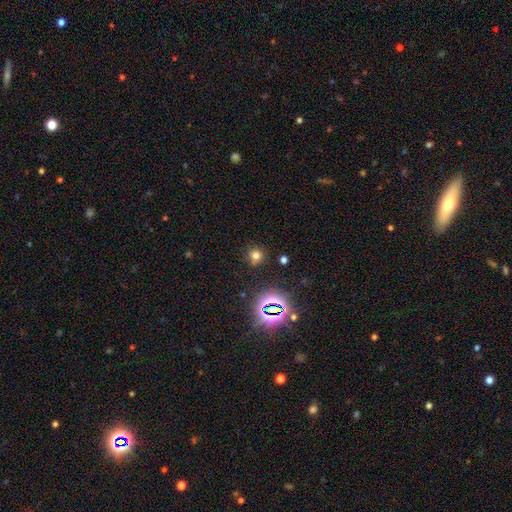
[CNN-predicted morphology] The model was most divided on "smooth or featured": smooth: 67%, star or artifact: 26%, featured or disk: 7%. More confident: how rounded — round (88%); merging — none (80%).